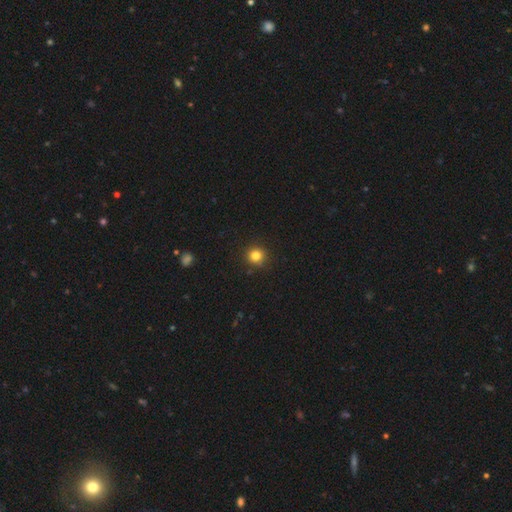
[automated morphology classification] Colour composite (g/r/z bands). It shows a smooth galaxy with no disk features (83%) that is round (94%). Merging: none (91%).